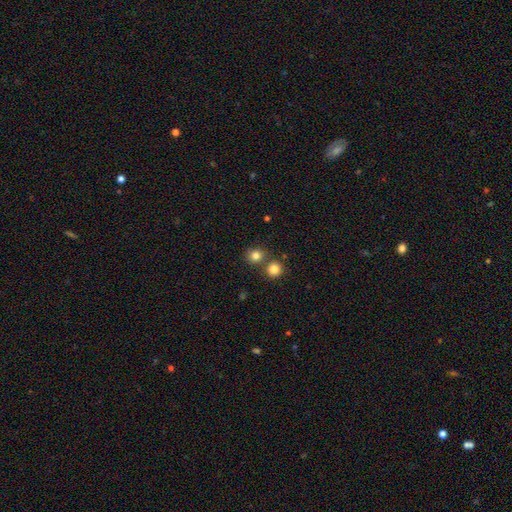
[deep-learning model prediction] This appears to be a smooth galaxy with no disk features (81%) that is round (85%). Merging: none (68%).